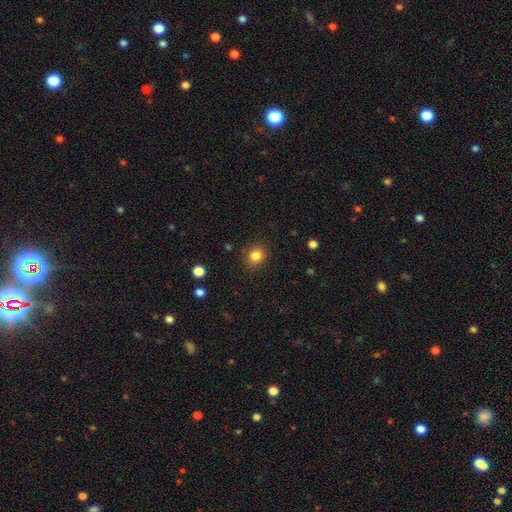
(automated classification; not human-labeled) Overall: smooth (84%). How rounded: round (70%). Merging: none (86%).